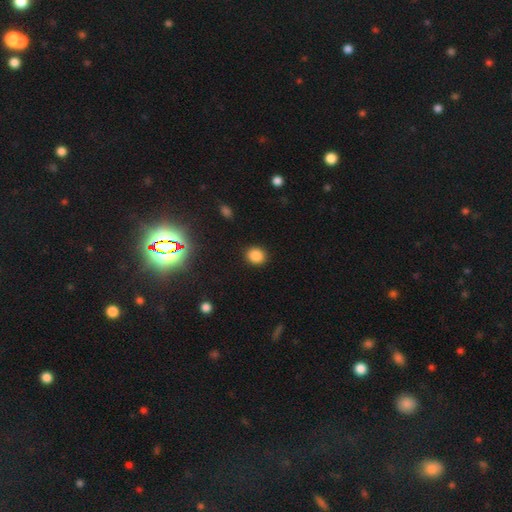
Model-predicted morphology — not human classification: This appears to be a smooth galaxy with no disk features (85%) that is round (70%). Merging: none (90%).